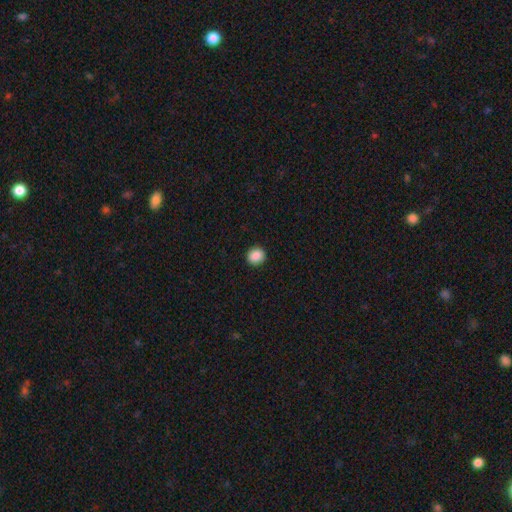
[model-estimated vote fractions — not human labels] Morphology: type=smooth (89%); roundness=round (80%); merging=none (92%).